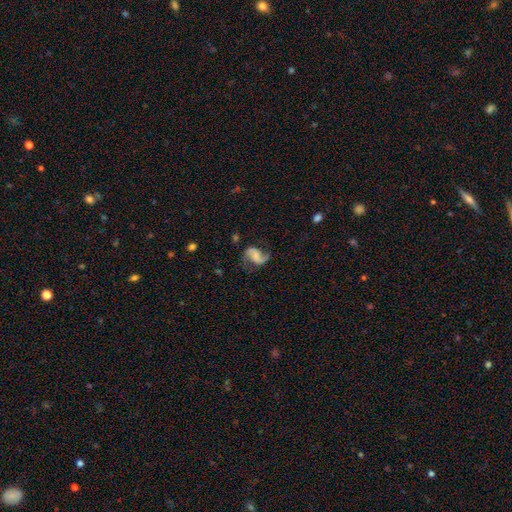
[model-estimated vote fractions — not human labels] Smooth or featured? Predicted: featured or disk (p=0.84). Edge-on disk? Predicted: no (p=0.98). Bar? Predicted: no (p=0.50). Spiral arms? Predicted: yes (p=0.96). Spiral winding? Predicted: loose (p=0.59). Spiral arm count? Predicted: 2 (p=0.91). Bulge size? Predicted: none (p=0.43). Merging? Predicted: none (p=0.69).